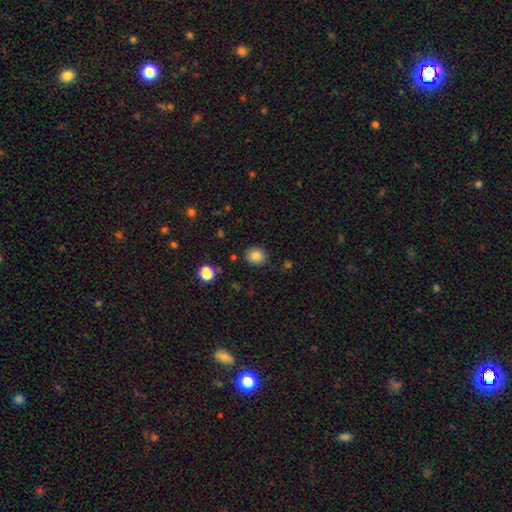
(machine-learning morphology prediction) Smooth or featured?
  - smooth: 84% *
  - star or artifact: 11%
  - featured or disk: 5%
How rounded?
  - round: 72% *
  - in between: 27%
  - cigar-shaped: 1%
Merging?
  - none: 85% *
  - minor disturbance: 10%
  - major disturbance: 3%
  - merger: 2%